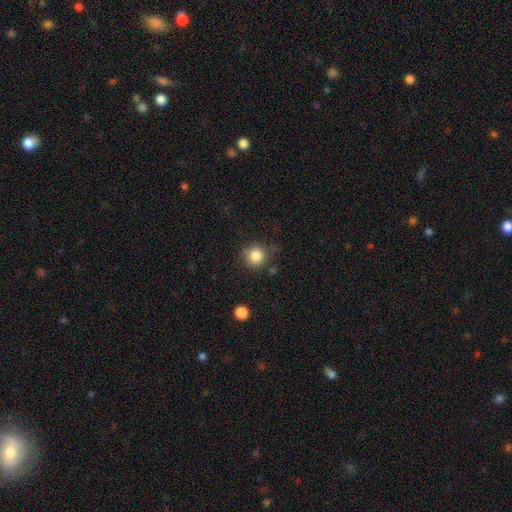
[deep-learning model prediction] Smooth or featured?
  - smooth: 83% *
  - star or artifact: 11%
  - featured or disk: 6%
How rounded?
  - round: 90% *
  - in between: 9%
  - cigar-shaped: 1%
Merging?
  - none: 77% *
  - minor disturbance: 15%
  - major disturbance: 4%
  - merger: 4%